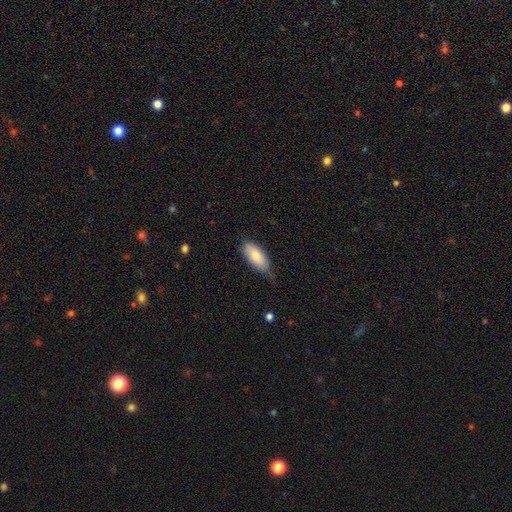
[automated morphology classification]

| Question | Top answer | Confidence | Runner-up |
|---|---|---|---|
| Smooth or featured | smooth | 79% | featured or disk (15%) |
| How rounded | in between | 89% | cigar-shaped (9%) |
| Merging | none | 45% | minor disturbance (42%) |